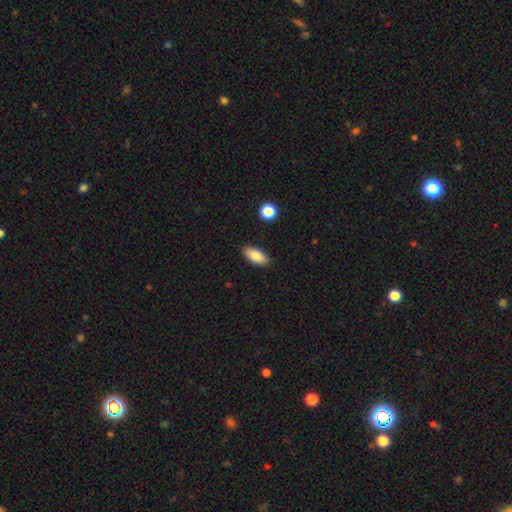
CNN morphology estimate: Smooth or featured: smooth — 86% (featured or disk — 7%)
How rounded: in between — 89% (cigar-shaped — 8%)
Merging: none — 88% (minor disturbance — 8%)